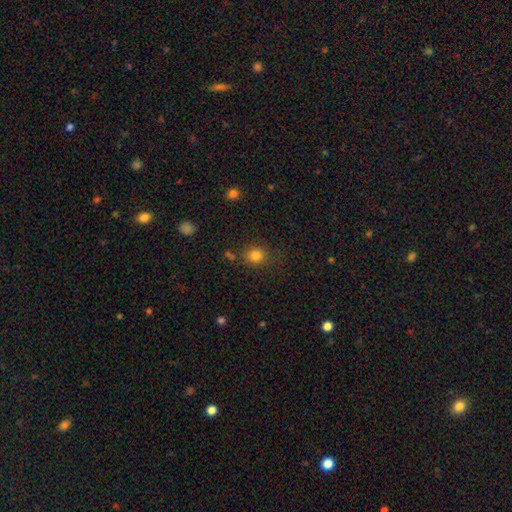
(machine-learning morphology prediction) This appears to be a smooth galaxy with no disk features (81%) that is round (85%). Merging: none (80%).